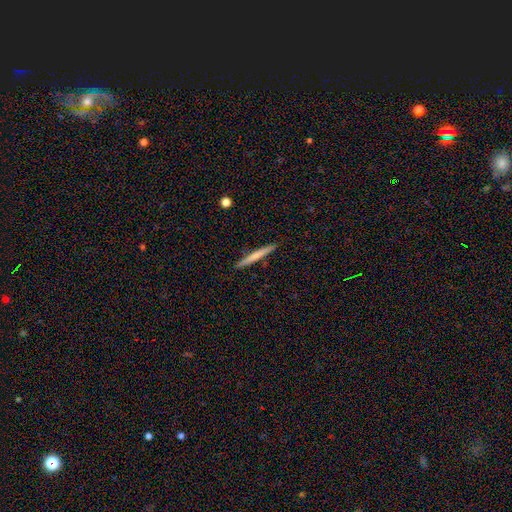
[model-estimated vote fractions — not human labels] This appears to be a smooth galaxy with no disk features (61%) that is cigar-shaped (97%). Merging: none (91%).